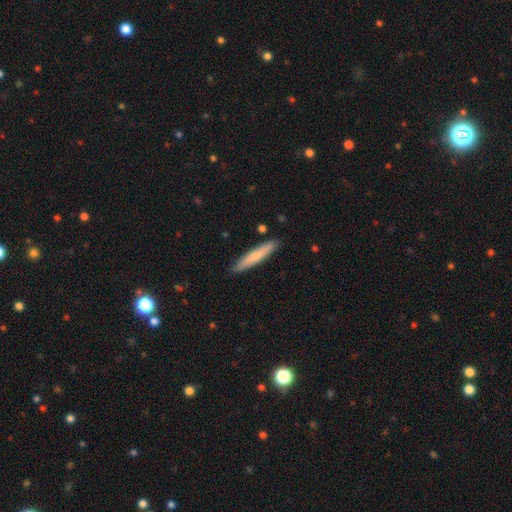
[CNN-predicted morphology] This appears to be a smooth galaxy with no disk features (67%) that is cigar-shaped (91%). Merging: none (89%).